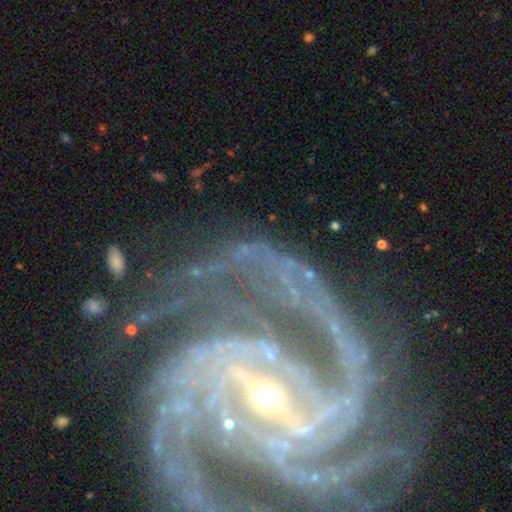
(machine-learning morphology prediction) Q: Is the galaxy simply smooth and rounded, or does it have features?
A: featured or disk — 90%.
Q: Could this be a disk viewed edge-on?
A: no — 96%.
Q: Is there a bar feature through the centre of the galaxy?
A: strong — 62%.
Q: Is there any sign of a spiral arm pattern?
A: yes — 96%.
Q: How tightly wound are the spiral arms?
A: tight — 43%.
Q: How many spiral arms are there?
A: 2 — 43%.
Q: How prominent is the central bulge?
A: small — 60%.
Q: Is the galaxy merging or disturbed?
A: none — 58%.